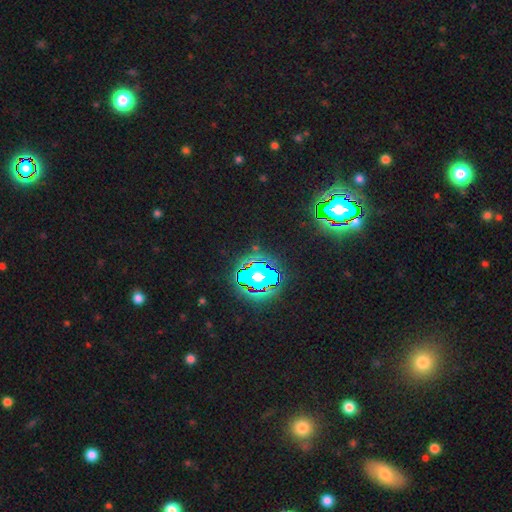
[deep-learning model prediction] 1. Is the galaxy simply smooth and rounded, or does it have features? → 81% star or artifact, 11% smooth, 8% featured or disk.